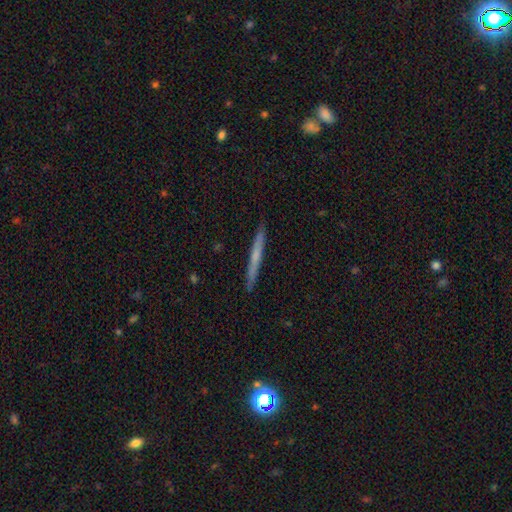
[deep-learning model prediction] The model was most divided on "smooth or featured": smooth: 49%, featured or disk: 45%, star or artifact: 6%. More confident: merging — none (91%).